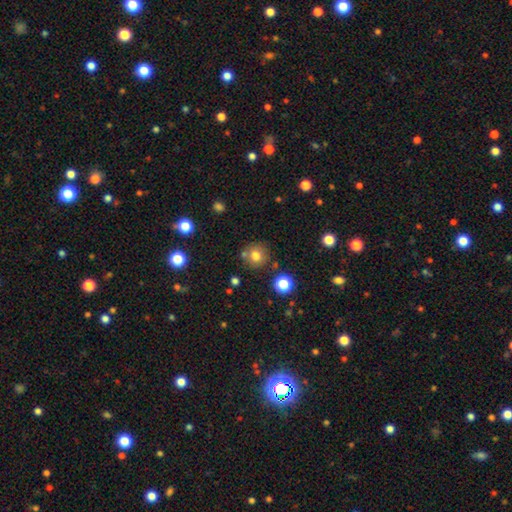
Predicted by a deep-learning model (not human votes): Smooth or featured?
  - smooth: 76% *
  - star or artifact: 14%
  - featured or disk: 11%
How rounded?
  - round: 91% *
  - in between: 8%
  - cigar-shaped: 1%
Merging?
  - none: 75% *
  - minor disturbance: 11%
  - merger: 10%
  - major disturbance: 3%